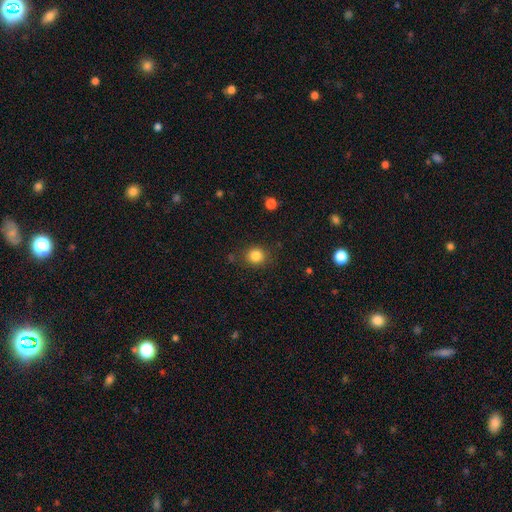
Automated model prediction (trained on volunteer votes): Morphology: type=smooth (84%); roundness=round (82%); merging=none (84%).